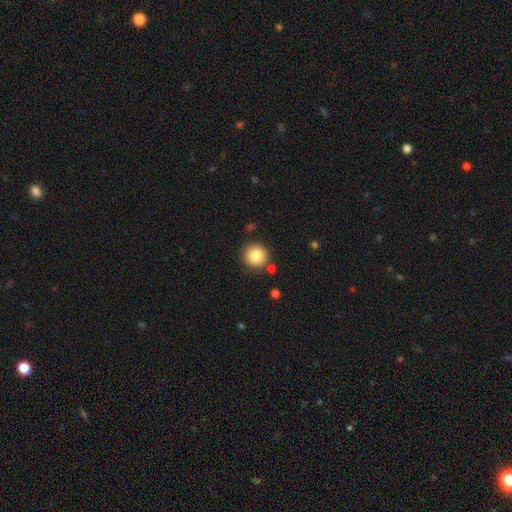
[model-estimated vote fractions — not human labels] Smooth or featured? Predicted: smooth (p=0.85). How rounded? Predicted: round (p=0.93). Merging? Predicted: none (p=0.85).